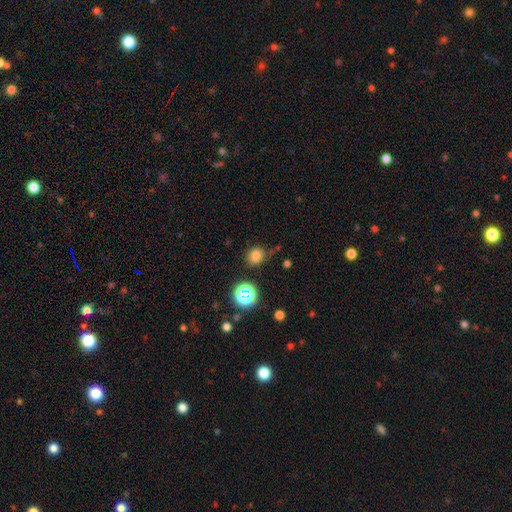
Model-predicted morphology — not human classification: Smooth or featured?
  - smooth: 75% *
  - star or artifact: 18%
  - featured or disk: 6%
How rounded?
  - round: 73% *
  - in between: 26%
  - cigar-shaped: 1%
Merging?
  - none: 75% *
  - minor disturbance: 16%
  - major disturbance: 5%
  - merger: 4%